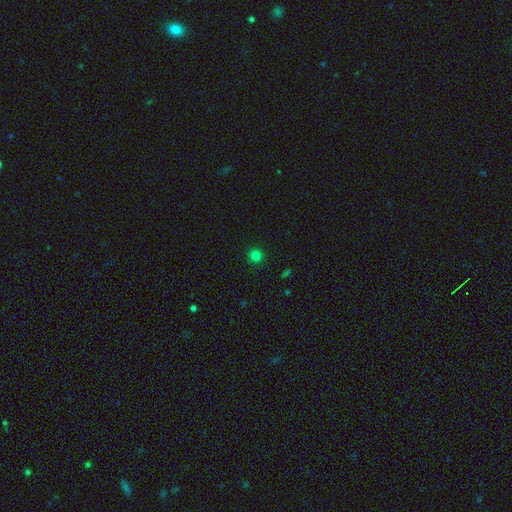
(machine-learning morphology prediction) Overall: smooth (80%). How rounded: round (94%). Merging: none (92%).